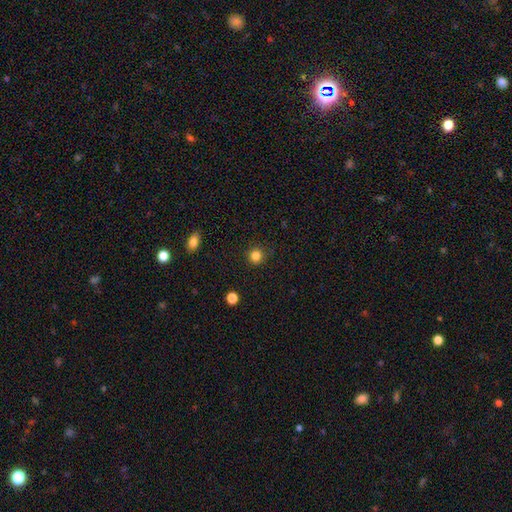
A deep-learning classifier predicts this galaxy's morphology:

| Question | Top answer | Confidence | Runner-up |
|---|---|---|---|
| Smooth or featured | smooth | 84% | star or artifact (12%) |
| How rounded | round | 93% | in between (6%) |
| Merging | none | 89% | minor disturbance (8%) |